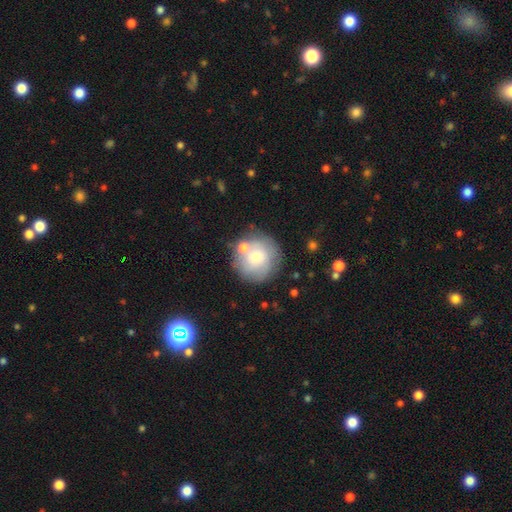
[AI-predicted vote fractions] Smooth or featured? Predicted: smooth (p=0.66). How rounded? Predicted: round (p=0.91). Merging? Predicted: none (p=0.64).